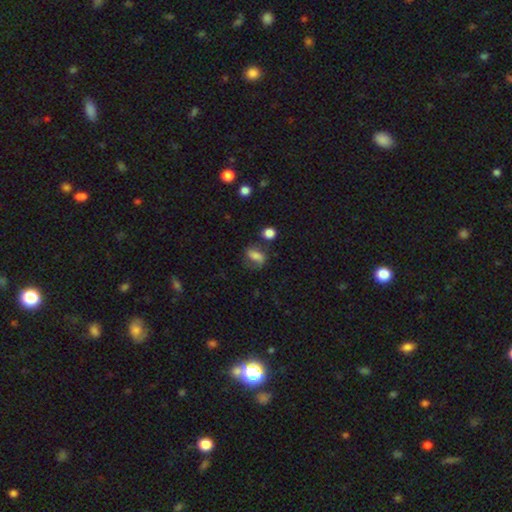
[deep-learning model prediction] A smooth galaxy with no disk features (61%) that is in between round and cigar-shaped (70%).

Vote fractions:
- Smooth or featured? smooth: 61% / featured or disk: 28% / star or artifact: 11%
- How rounded? in between: 70% / round: 25% / cigar-shaped: 4%
- Merging? none: 55% / minor disturbance: 23% / major disturbance: 14% / merger: 8%